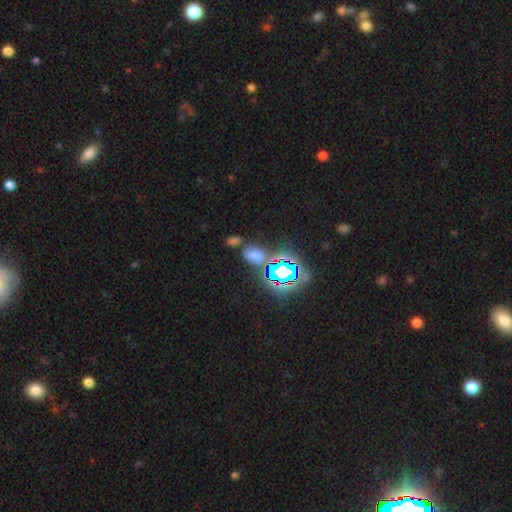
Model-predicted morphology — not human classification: Q: Smooth or featured?
A: star or artifact (45%); runner-up: smooth (44%)